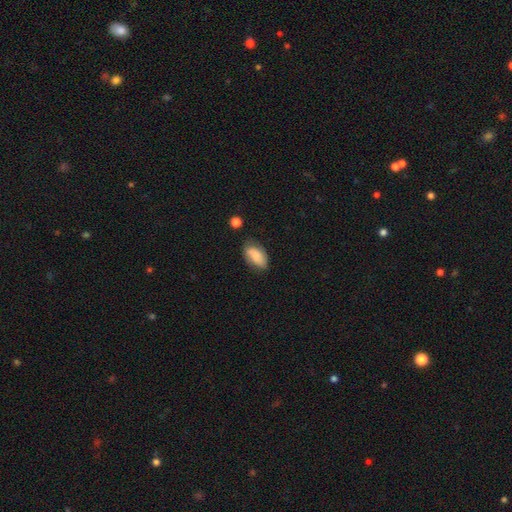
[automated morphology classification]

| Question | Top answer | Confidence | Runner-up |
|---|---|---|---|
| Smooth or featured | smooth | 76% | featured or disk (17%) |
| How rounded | in between | 92% | cigar-shaped (5%) |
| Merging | none | 64% | minor disturbance (27%) |